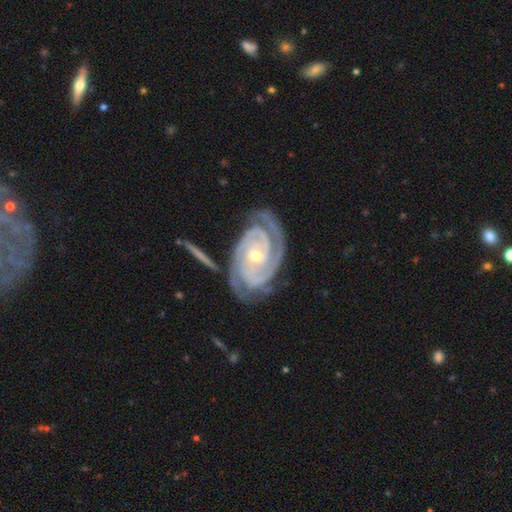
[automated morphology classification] This is clearly a featured or disk galaxy (93%). It is clearly not viewed edge-on (97%). Bar: likely no (63%). Spiral arm pattern: clearly yes (99%). Spiral arm count: possibly 2 (51%). Spiral winding: likely tight (79%). Central bulge: likely small (63%). Merging: likely none (70%).